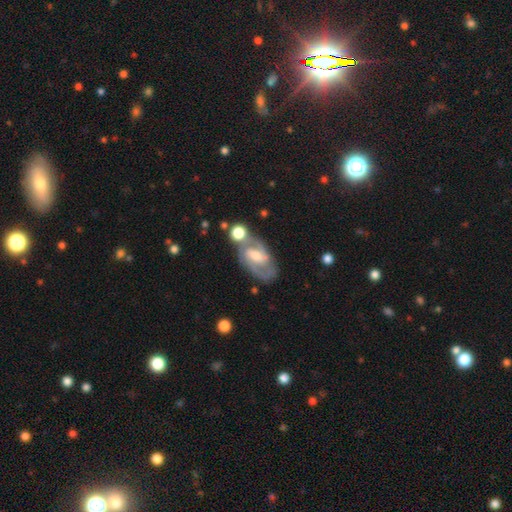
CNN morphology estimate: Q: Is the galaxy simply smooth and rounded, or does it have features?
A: featured or disk — 82%.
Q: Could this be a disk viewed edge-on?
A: no — 95%.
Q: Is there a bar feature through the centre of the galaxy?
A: weak — 52%.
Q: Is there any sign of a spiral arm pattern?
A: yes — 94%.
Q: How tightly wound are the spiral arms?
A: medium — 54%.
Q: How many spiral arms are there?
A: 2 — 83%.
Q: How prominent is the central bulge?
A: moderate — 50%.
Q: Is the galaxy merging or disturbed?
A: none — 62%.